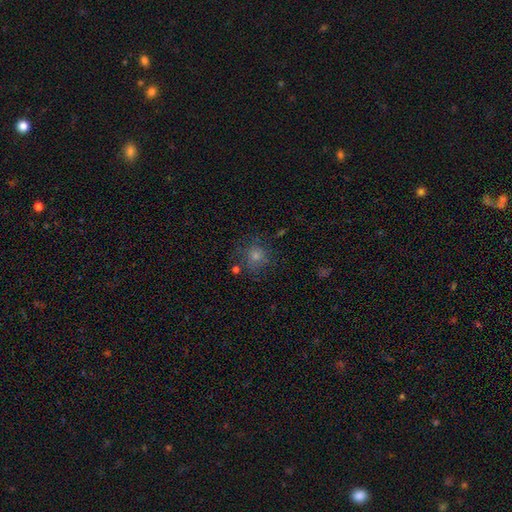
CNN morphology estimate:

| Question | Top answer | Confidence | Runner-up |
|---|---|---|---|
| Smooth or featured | smooth | 55% | star or artifact (30%) |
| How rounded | round | 90% | in between (9%) |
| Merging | none | 77% | minor disturbance (13%) |